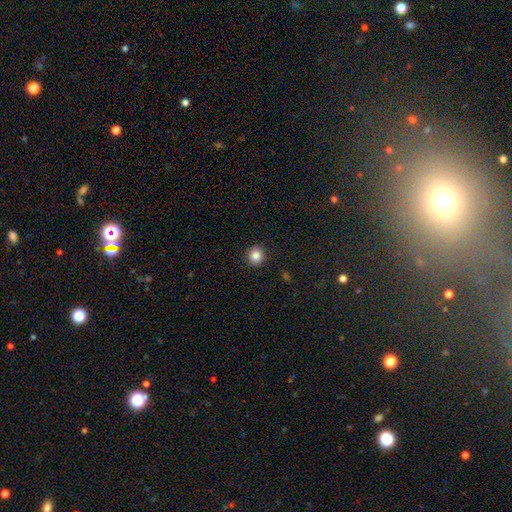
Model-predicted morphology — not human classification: smooth 85%, star or artifact 10%, featured or disk 5%. Down the decision tree: how rounded — round (93%); merging — none (92%).